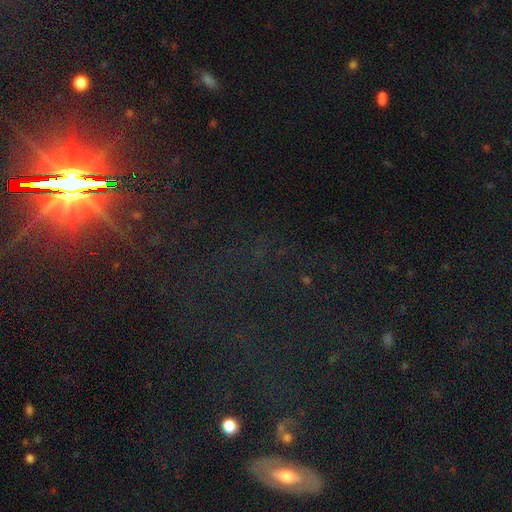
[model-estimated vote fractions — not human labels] A star or artifact, not a galaxy (76%).